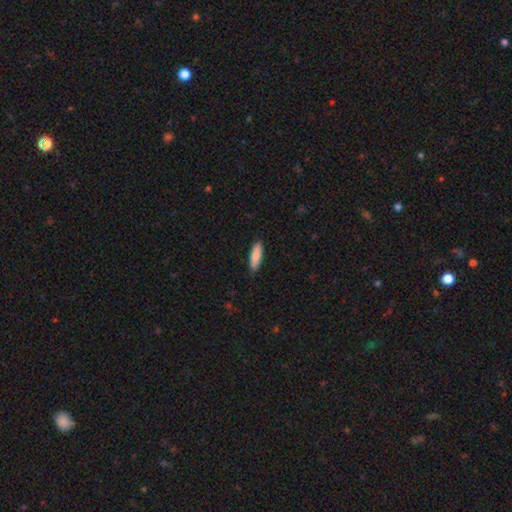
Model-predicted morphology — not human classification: Q: Smooth or featured?
A: smooth (87%); runner-up: featured or disk (7%)
Q: How rounded?
A: cigar-shaped (53%); runner-up: in between (46%)
Q: Merging?
A: none (84%); runner-up: minor disturbance (13%)